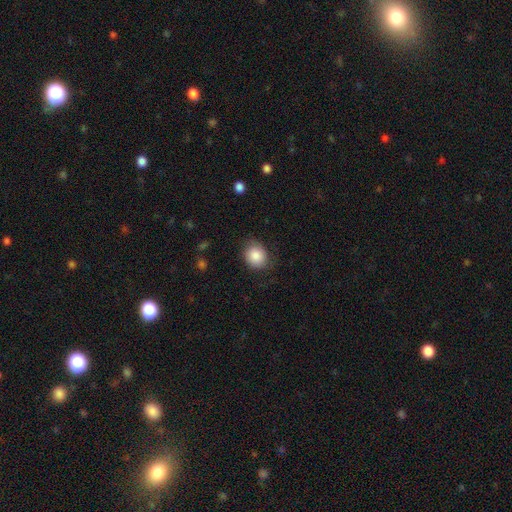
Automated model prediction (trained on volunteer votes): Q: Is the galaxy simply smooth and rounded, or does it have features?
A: smooth — 86%.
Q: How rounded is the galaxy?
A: round — 66%.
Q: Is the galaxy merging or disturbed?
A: none — 75%.